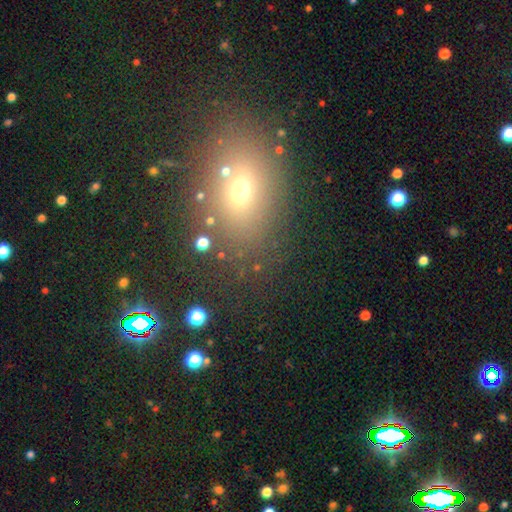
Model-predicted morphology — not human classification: smooth_or_featured: smooth (p=0.53) [alt: star or artifact p=0.32]
how_rounded: in between (p=0.69) [alt: round p=0.28]
merging: none (p=0.80) [alt: minor disturbance p=0.10]